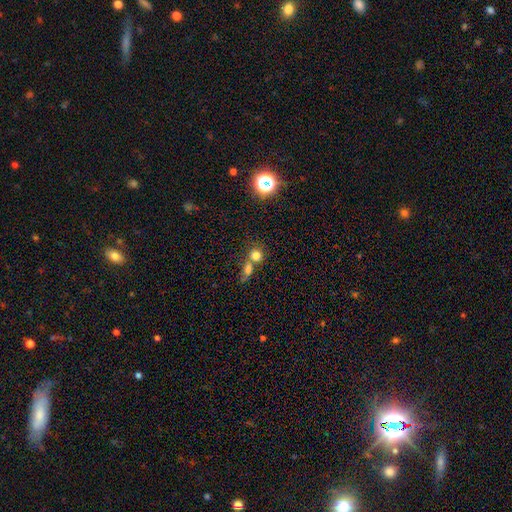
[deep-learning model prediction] This is likely a smooth galaxy (75%). How rounded: likely round (79%). Merging: possibly merger (47%).